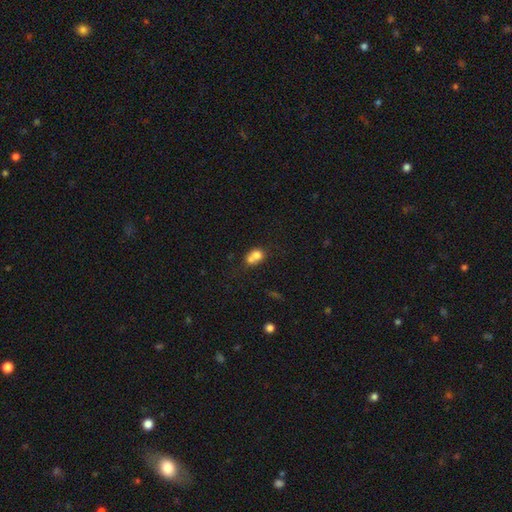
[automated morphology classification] Smooth or featured? Predicted: smooth (p=0.72). How rounded? Predicted: round (p=0.67). Merging? Predicted: merger (p=0.60).